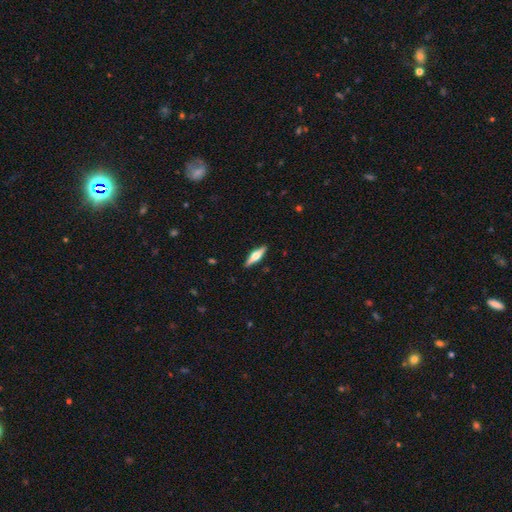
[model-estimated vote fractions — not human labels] Smooth or featured? featured or disk (61%)
Edge-on disk? yes (97%)
Edge-on bulge? rounded (93%)
Merging? none (90%)